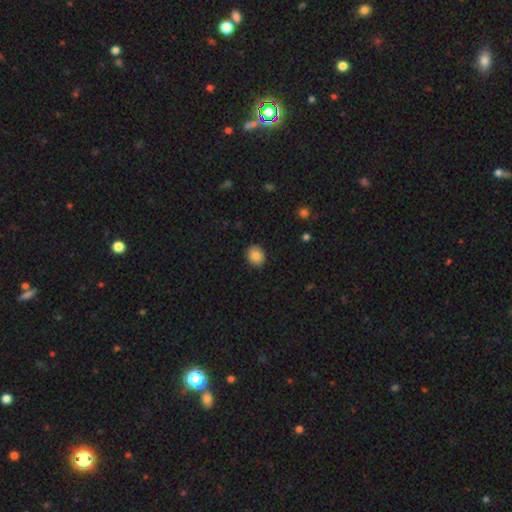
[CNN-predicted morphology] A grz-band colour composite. It shows a smooth galaxy with no disk features (85%) that is round (66%). Merging: none (90%).